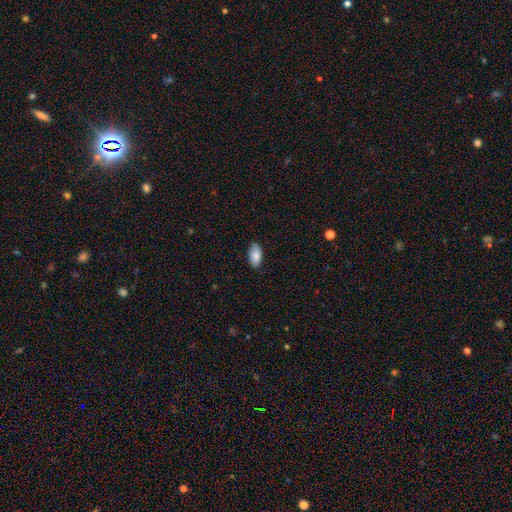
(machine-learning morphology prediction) Q: Smooth or featured?
A: smooth (85%); runner-up: featured or disk (9%)
Q: How rounded?
A: in between (94%); runner-up: cigar-shaped (4%)
Q: Merging?
A: none (87%); runner-up: minor disturbance (10%)